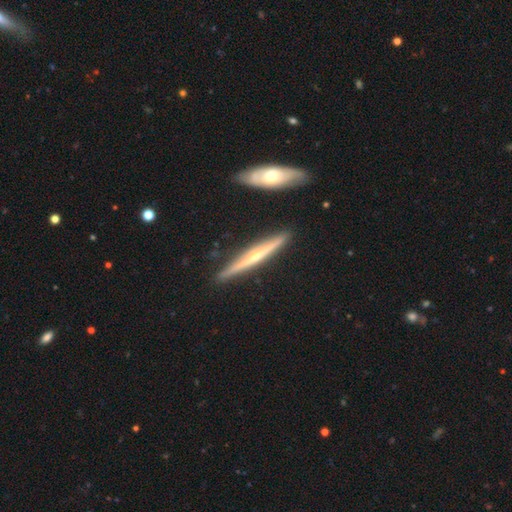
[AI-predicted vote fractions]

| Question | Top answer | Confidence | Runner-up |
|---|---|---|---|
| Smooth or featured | featured or disk | 75% | smooth (19%) |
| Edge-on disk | yes | 97% | no (3%) |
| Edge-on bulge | rounded | 79% | none (17%) |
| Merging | none | 89% | minor disturbance (7%) |